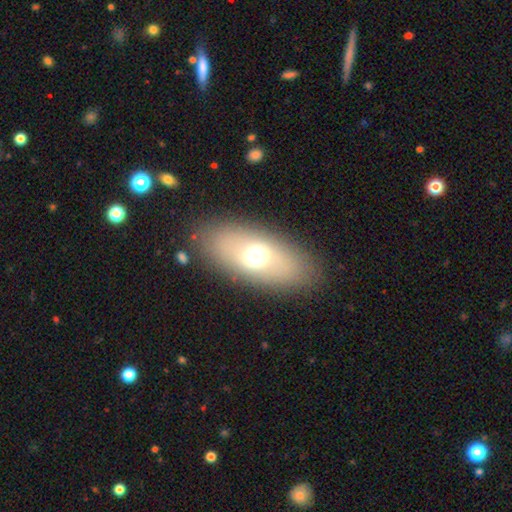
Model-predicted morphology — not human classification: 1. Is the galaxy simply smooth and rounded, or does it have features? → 60% smooth, 30% featured or disk, 10% star or artifact.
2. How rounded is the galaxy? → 84% in between, 9% cigar-shaped, 6% round.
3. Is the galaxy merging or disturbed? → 85% none, 9% minor disturbance, 4% major disturbance, 1% merger.